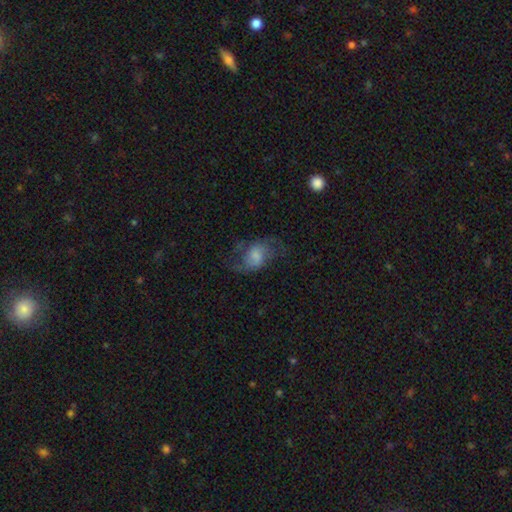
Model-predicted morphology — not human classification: A featured or disk galaxy (52%). Merging: none (50%).